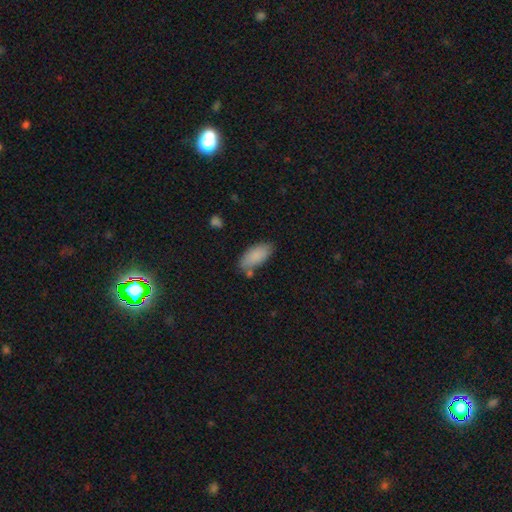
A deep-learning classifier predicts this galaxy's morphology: Q: Smooth or featured?
A: smooth (87%); runner-up: star or artifact (6%)
Q: How rounded?
A: in between (90%); runner-up: cigar-shaped (8%)
Q: Merging?
A: none (71%); runner-up: minor disturbance (18%)